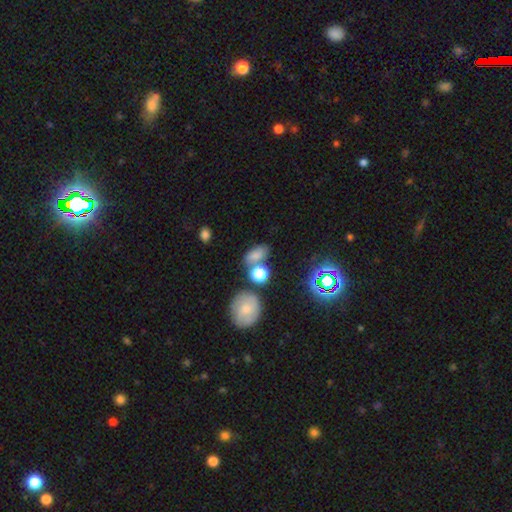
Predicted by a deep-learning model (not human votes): A smooth galaxy with no disk features (72%) that is in between round and cigar-shaped (76%).

Vote fractions:
- Smooth or featured? smooth: 72% / star or artifact: 17% / featured or disk: 11%
- How rounded? in between: 76% / round: 20% / cigar-shaped: 4%
- Merging? none: 56% / merger: 21% / minor disturbance: 16% / major disturbance: 7%